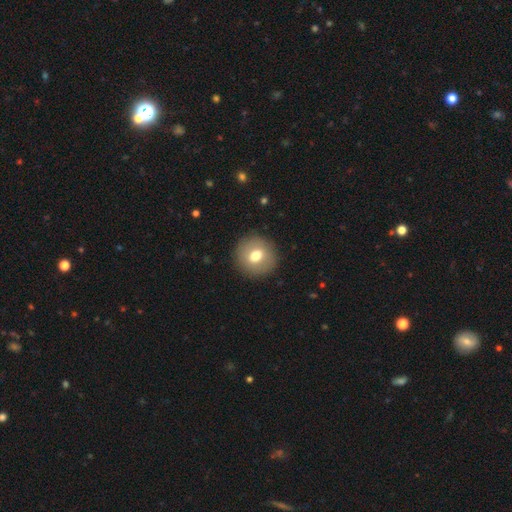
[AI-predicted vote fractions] A smooth galaxy with no disk features (69%) that is round (90%).

Vote fractions:
- Smooth or featured? smooth: 69% / featured or disk: 22% / star or artifact: 9%
- How rounded? round: 90% / in between: 9% / cigar-shaped: 1%
- Merging? none: 90% / minor disturbance: 6% / major disturbance: 2% / merger: 1%